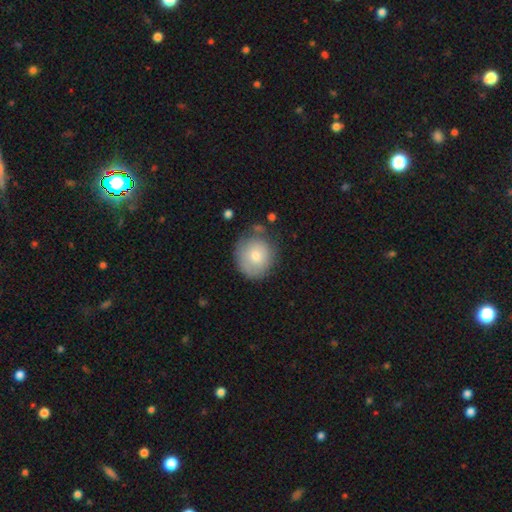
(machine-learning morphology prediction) A smooth galaxy with no disk features (77%) that is round (84%).

Vote fractions:
- Smooth or featured? smooth: 77% / featured or disk: 16% / star or artifact: 7%
- How rounded? round: 84% / in between: 15% / cigar-shaped: 1%
- Merging? none: 68% / minor disturbance: 21% / major disturbance: 6% / merger: 4%